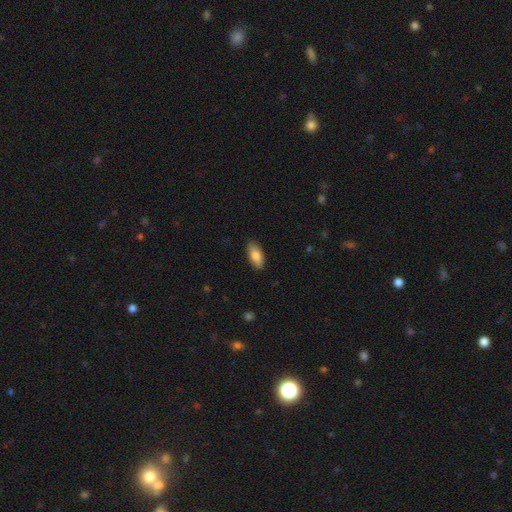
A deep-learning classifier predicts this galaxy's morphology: type=smooth (84%); roundness=in between (85%); merging=none (86%).